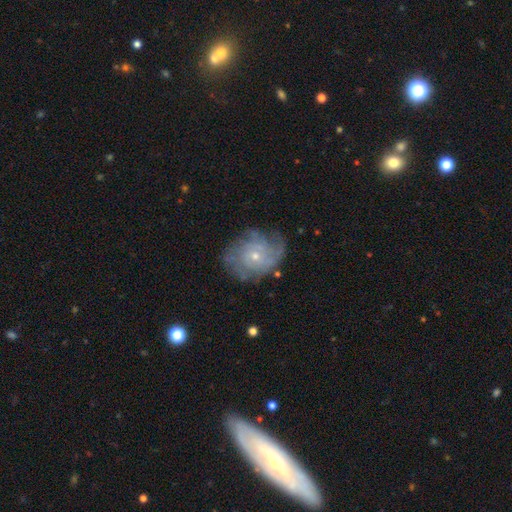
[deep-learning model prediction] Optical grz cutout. It shows a featured or disk galaxy (76%) with no bar (77%), tight (58%) spiral arms (88%) and a small central bulge (65%). Merging: none (64%).